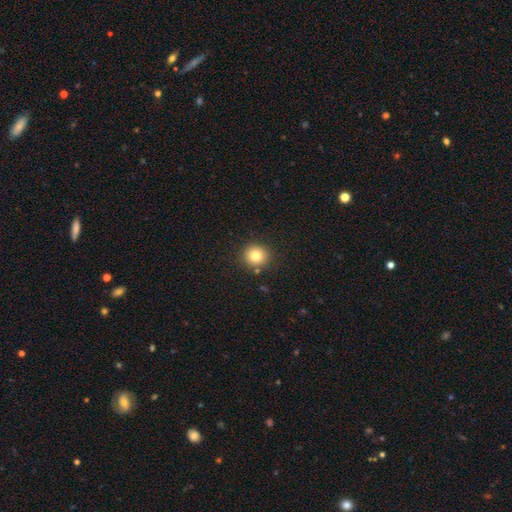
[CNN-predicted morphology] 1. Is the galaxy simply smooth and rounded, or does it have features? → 81% smooth, 12% star or artifact, 7% featured or disk.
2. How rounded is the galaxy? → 91% round, 8% in between, 1% cigar-shaped.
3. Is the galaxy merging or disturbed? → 87% none, 7% minor disturbance, 3% merger, 2% major disturbance.